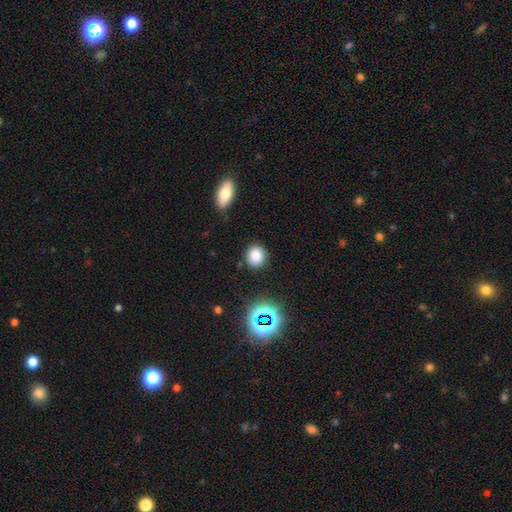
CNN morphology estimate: Smooth or featured? Predicted: smooth (p=0.79). How rounded? Predicted: round (p=0.81). Merging? Predicted: none (p=0.87).